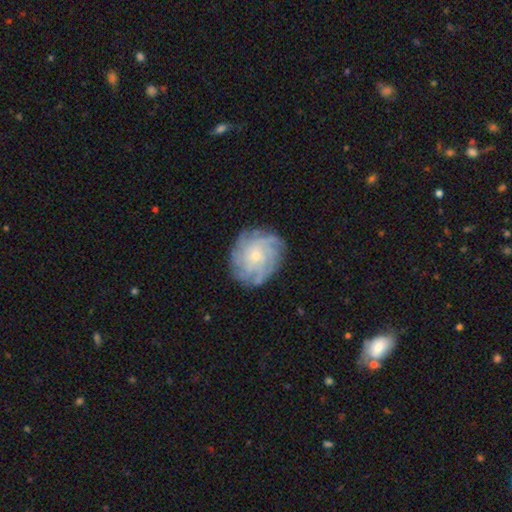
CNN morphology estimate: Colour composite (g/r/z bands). It shows a featured or disk galaxy (76%) with no bar (79%), tight (62%) spiral arms (94%) and a small central bulge (69%). Merging: none (80%).